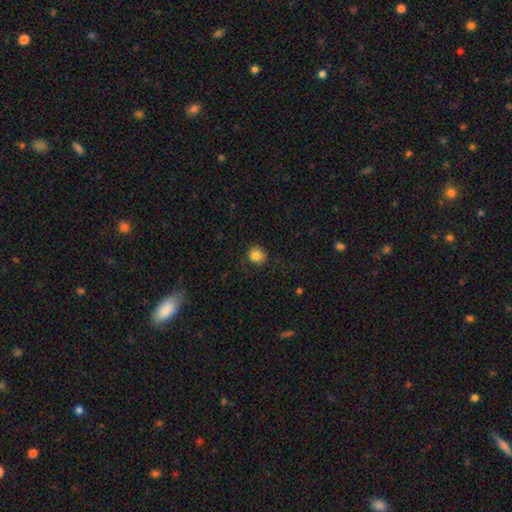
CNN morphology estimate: The model was most divided on "merging": none: 78%, minor disturbance: 16%, major disturbance: 5%, merger: 1%. More confident: how rounded — round (86%); smooth or featured — smooth (82%).